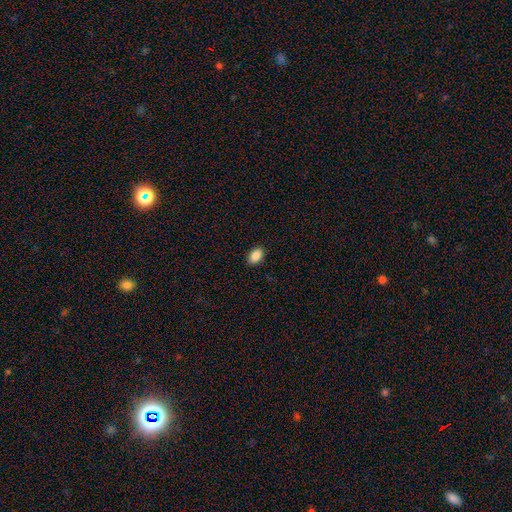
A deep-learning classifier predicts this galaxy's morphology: Smooth or featured? smooth (89%)
How rounded? in between (87%)
Merging? none (90%)